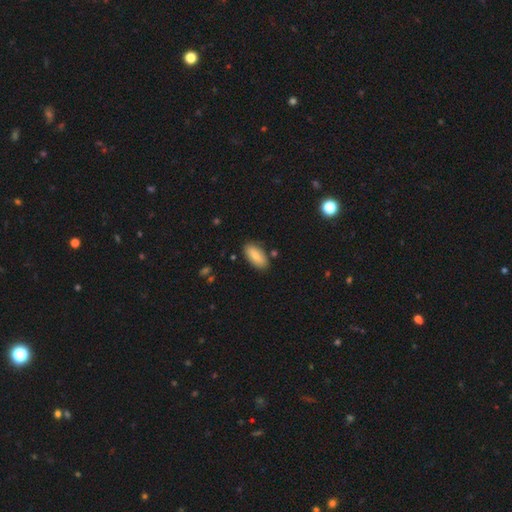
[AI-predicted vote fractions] The model was most divided on "smooth or featured": smooth: 82%, featured or disk: 11%, star or artifact: 7%. More confident: how rounded — in between (90%); merging — none (83%).